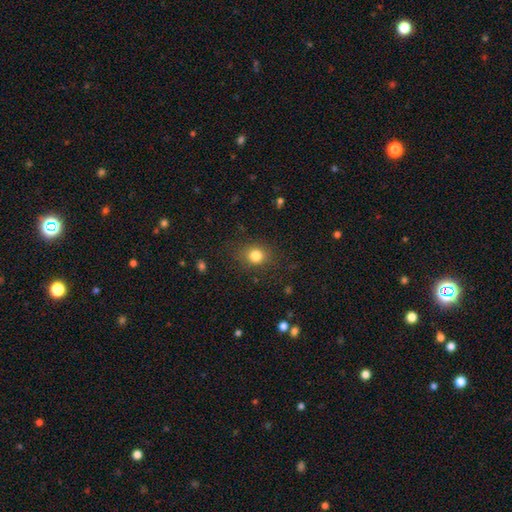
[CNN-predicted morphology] Smooth or featured?
  - smooth: 81% *
  - star or artifact: 12%
  - featured or disk: 6%
How rounded?
  - round: 69% *
  - in between: 30%
  - cigar-shaped: 1%
Merging?
  - none: 82% *
  - minor disturbance: 12%
  - major disturbance: 5%
  - merger: 1%